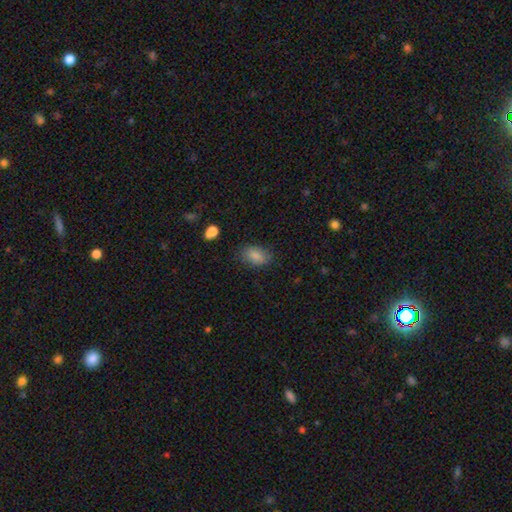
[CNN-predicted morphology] smooth_or_featured: smooth (p=0.86) [alt: star or artifact p=0.08]
how_rounded: in between (p=0.87) [alt: round p=0.12]
merging: none (p=0.78) [alt: minor disturbance p=0.16]